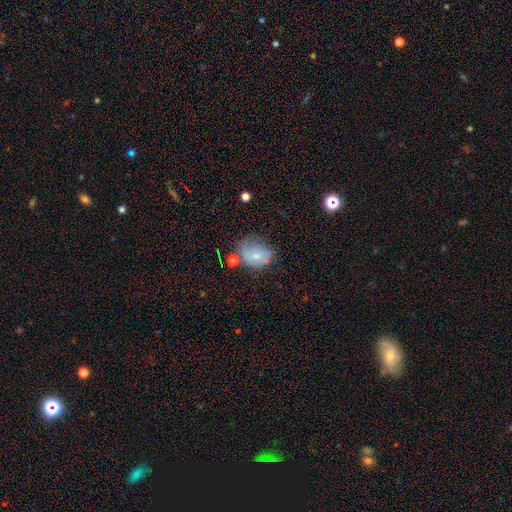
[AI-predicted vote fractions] Overall: smooth (61%; featured or disk 29%). How rounded: in between (55%; round 44%). Merging: none (35%; minor disturbance 33%).